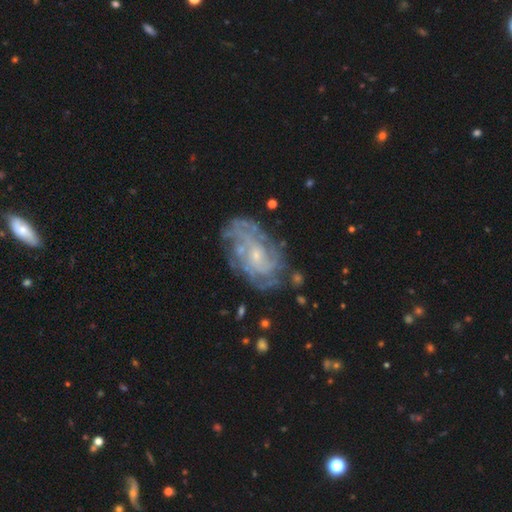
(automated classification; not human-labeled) smooth_or_featured: featured or disk (p=0.81) [alt: smooth p=0.11]
disk_edge_on: no (p=0.96) [alt: yes p=0.04]
bar: no (p=0.66) [alt: weak p=0.29]
has_spiral_arms: yes (p=0.90) [alt: no p=0.10]
spiral_winding: tight (p=0.62) [alt: medium p=0.29]
spiral_arm_count: can't tell (p=0.46) [alt: 4 p=0.15]
bulge_size: small (p=0.71) [alt: moderate p=0.22]
merging: none (p=0.71) [alt: minor disturbance p=0.18]